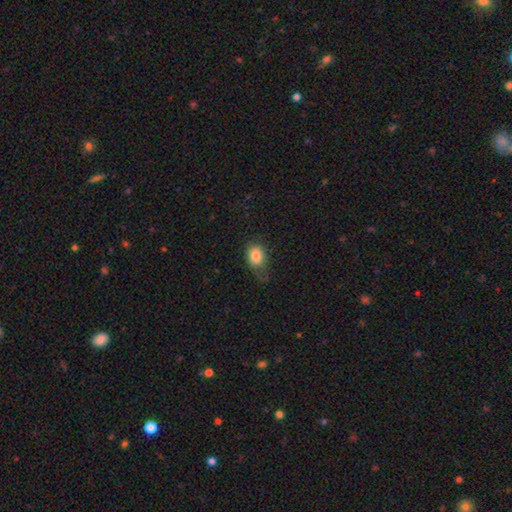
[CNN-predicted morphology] smooth 82%, featured or disk 9%, star or artifact 9%. Down the decision tree: how rounded — in between (68%); merging — none (48%).